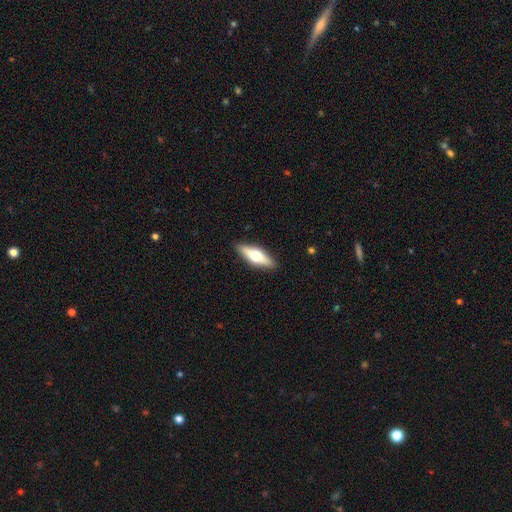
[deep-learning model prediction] The model was most divided on "smooth or featured": featured or disk: 48%, smooth: 46%, star or artifact: 6%. More confident: merging — none (89%).